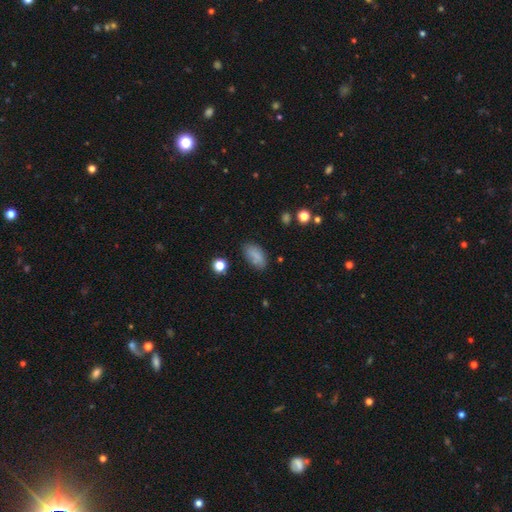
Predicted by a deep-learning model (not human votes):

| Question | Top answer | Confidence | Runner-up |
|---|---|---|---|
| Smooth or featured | smooth | 83% | star or artifact (9%) |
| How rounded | in between | 90% | cigar-shaped (6%) |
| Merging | none | 72% | minor disturbance (19%) |